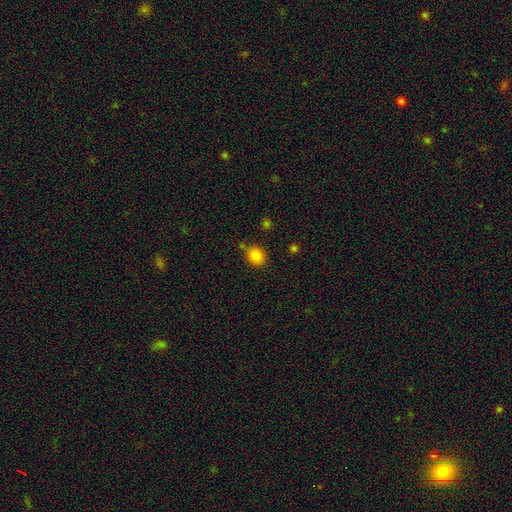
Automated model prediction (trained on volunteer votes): smooth_or_featured: smooth (p=0.84) [alt: star or artifact p=0.11]
how_rounded: round (p=0.77) [alt: in between p=0.22]
merging: none (p=0.75) [alt: minor disturbance p=0.15]